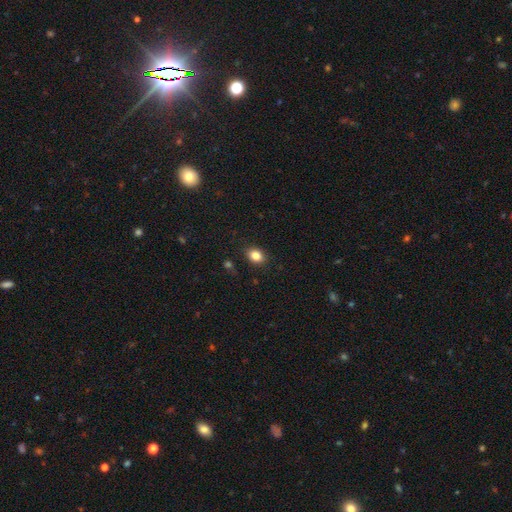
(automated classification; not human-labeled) smooth 85%, star or artifact 10%, featured or disk 6%. Down the decision tree: how rounded — in between (65%); merging — none (86%).